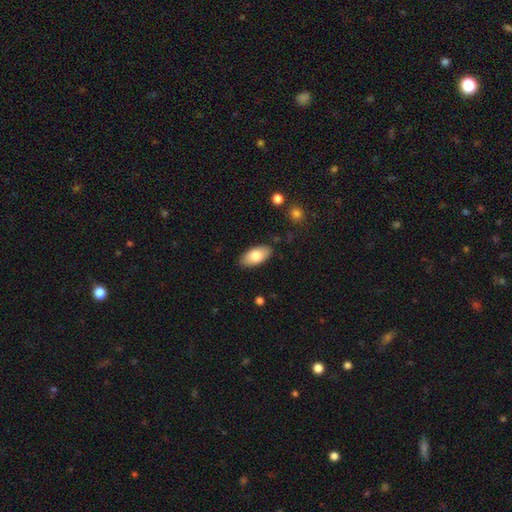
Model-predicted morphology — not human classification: The model was most divided on "smooth or featured": smooth: 79%, featured or disk: 14%, star or artifact: 6%. More confident: how rounded — in between (93%); merging — none (87%).